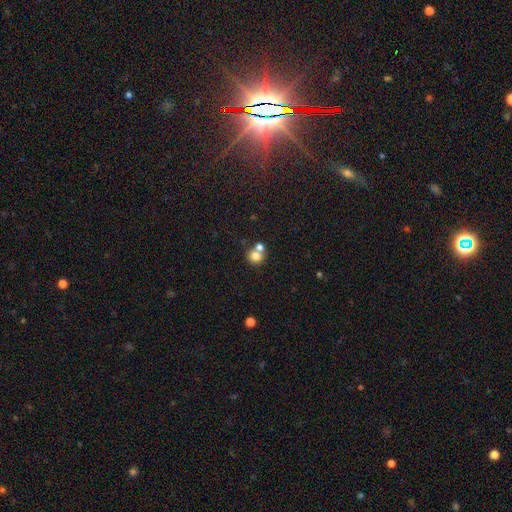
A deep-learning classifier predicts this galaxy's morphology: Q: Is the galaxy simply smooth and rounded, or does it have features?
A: smooth — 77%.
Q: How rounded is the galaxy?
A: round — 85%.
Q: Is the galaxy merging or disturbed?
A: none — 46%.